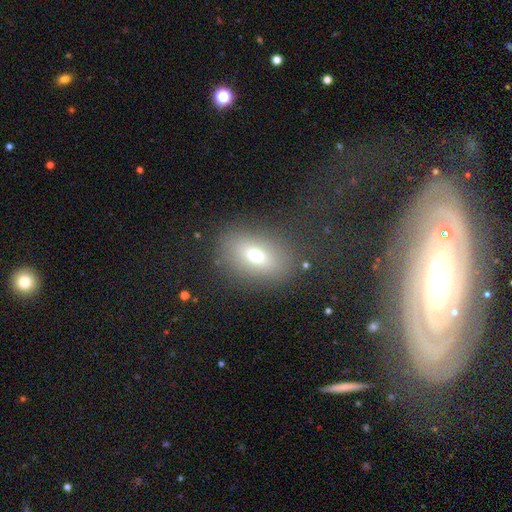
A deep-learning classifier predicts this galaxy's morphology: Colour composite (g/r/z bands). It shows a smooth galaxy with no disk features (67%) that is in between round and cigar-shaped (78%). Merging: none (80%).